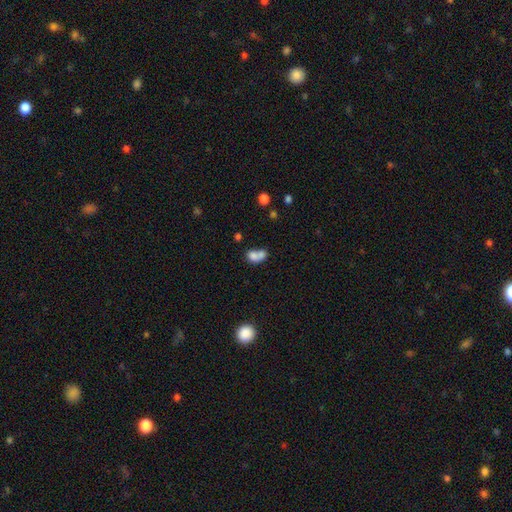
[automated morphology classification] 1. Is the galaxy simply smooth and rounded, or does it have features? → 73% smooth, 16% featured or disk, 11% star or artifact.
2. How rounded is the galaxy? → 63% in between, 35% round, 2% cigar-shaped.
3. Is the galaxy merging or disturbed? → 68% merger, 19% none, 7% minor disturbance, 6% major disturbance.